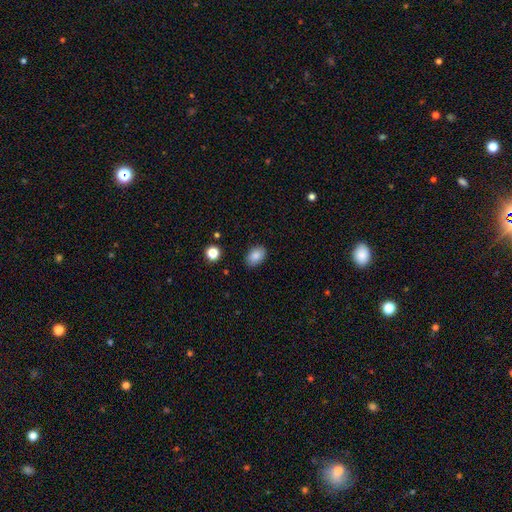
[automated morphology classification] Smooth or featured? Predicted: smooth (p=0.86). How rounded? Predicted: in between (p=0.83). Merging? Predicted: none (p=0.87).